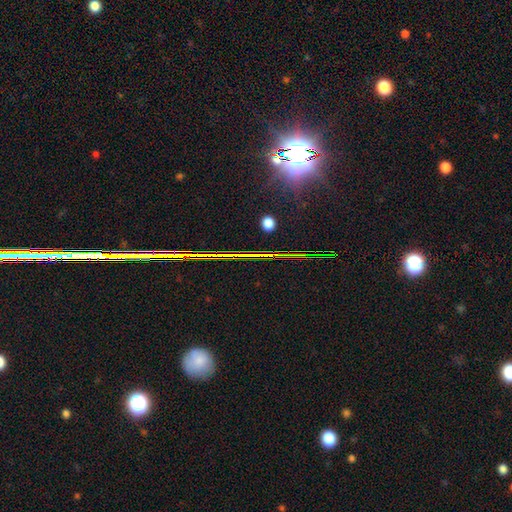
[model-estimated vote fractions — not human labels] This is clearly a star or artifact rather than a galaxy (81%).